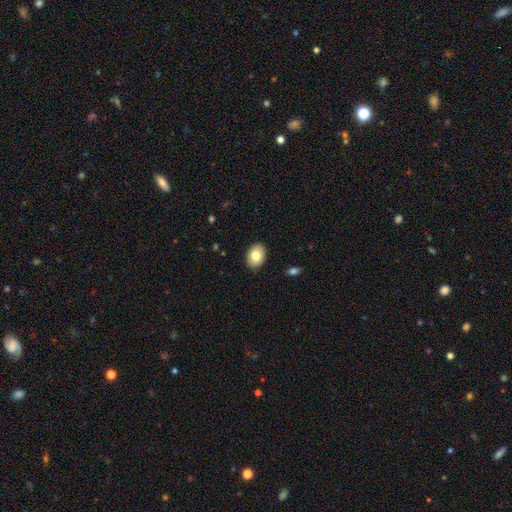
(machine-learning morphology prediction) Smooth or featured: smooth — 79% (featured or disk — 14%)
How rounded: in between — 78% (round — 21%)
Merging: none — 90% (minor disturbance — 8%)